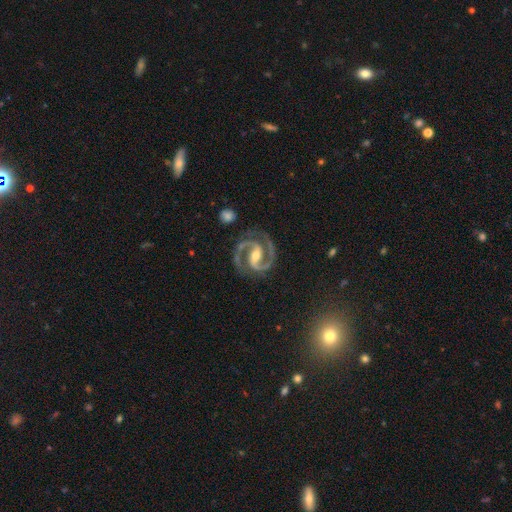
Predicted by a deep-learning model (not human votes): Overall: featured or disk (94%). Edge-on disk: no (98%). Bar: strong (49%; weak 34%). Spiral arms: yes (99%). Spiral arm count: 2 (94%). Spiral winding: medium (63%; tight 30%). Bulge size: moderate (57%; small 38%). Merging: none (82%).